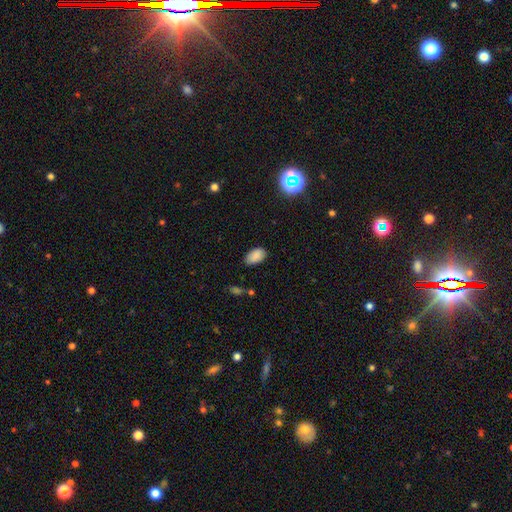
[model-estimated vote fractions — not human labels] A smooth galaxy with no disk features (85%) that is in between round and cigar-shaped (92%).

Vote fractions:
- Smooth or featured? smooth: 85% / star or artifact: 10% / featured or disk: 4%
- How rounded? in between: 92% / round: 6% / cigar-shaped: 1%
- Merging? none: 80% / minor disturbance: 16% / major disturbance: 3% / merger: 1%